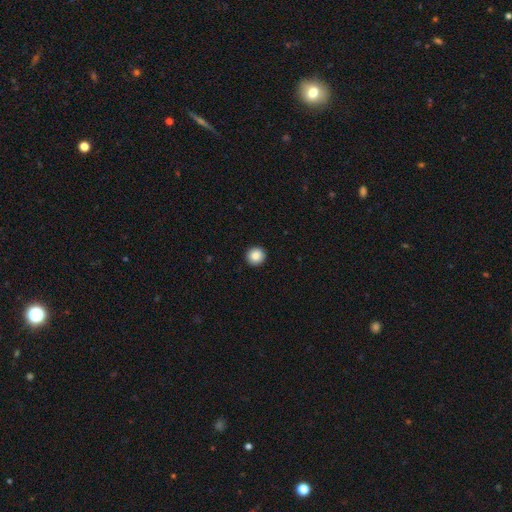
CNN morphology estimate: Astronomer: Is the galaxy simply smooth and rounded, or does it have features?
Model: smooth — 88%.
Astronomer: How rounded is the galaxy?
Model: round — 95%.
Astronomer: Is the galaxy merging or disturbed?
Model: none — 94%.